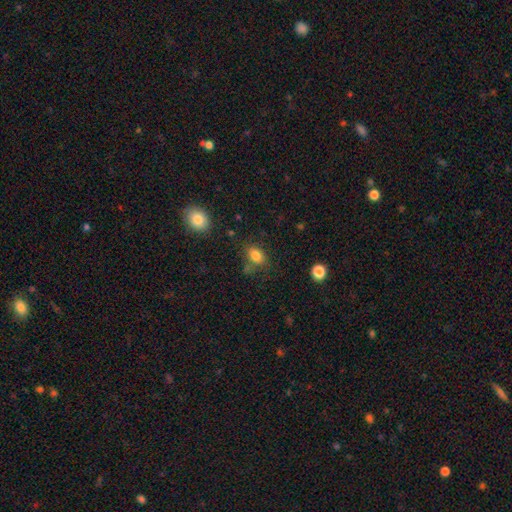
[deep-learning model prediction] Overall: smooth (82%). How rounded: in between (74%). Merging: none (69%).